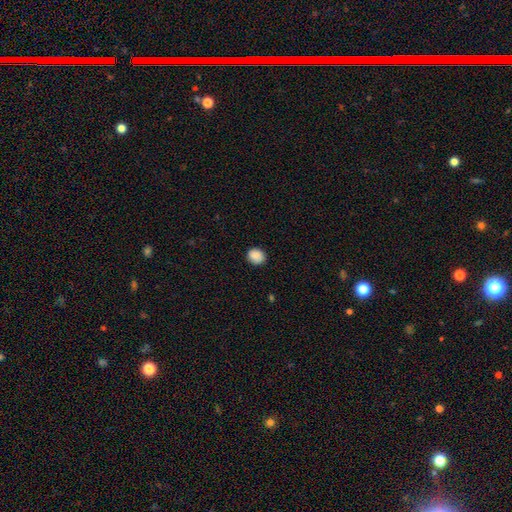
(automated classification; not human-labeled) This appears to be a smooth galaxy with no disk features (88%) that is round (73%). Merging: none (87%).